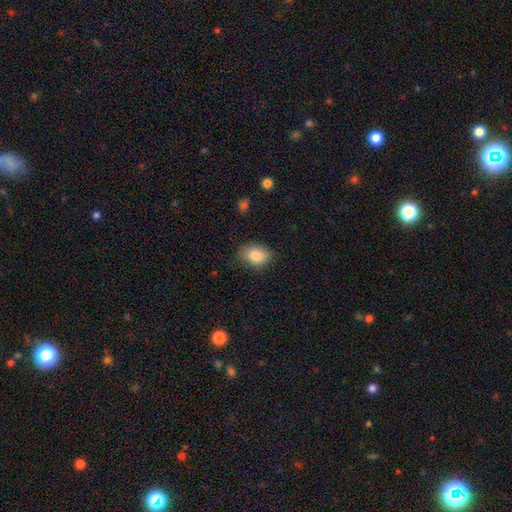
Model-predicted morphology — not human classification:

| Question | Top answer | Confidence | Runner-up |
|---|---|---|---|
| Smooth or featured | smooth | 85% | star or artifact (7%) |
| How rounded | in between | 80% | round (18%) |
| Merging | none | 82% | minor disturbance (14%) |